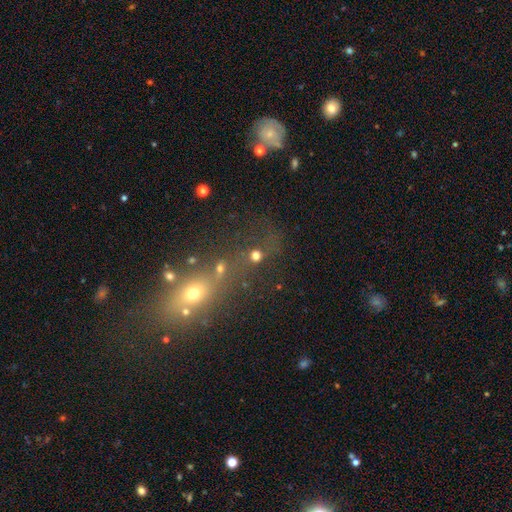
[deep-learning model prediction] smooth_or_featured: smooth (p=0.61) [alt: star or artifact p=0.26]
how_rounded: round (p=0.82) [alt: in between p=0.16]
merging: none (p=0.48) [alt: merger p=0.32]